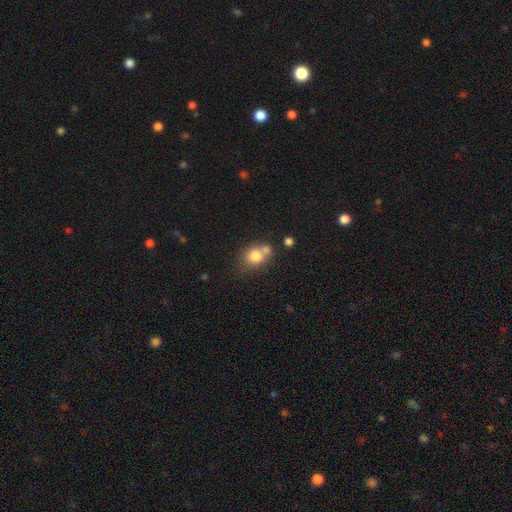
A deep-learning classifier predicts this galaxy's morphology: smooth 78%, featured or disk 12%, star or artifact 10%. Down the decision tree: how rounded — round (66%); merging — none (44%).